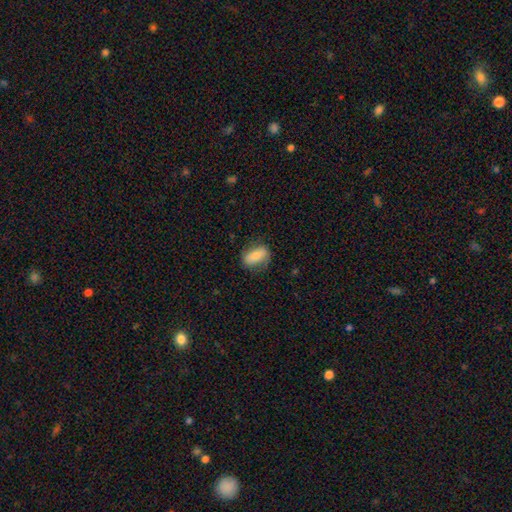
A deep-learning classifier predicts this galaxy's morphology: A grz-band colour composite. It shows a smooth galaxy with no disk features (72%) that is in between round and cigar-shaped (83%). Merging: none (74%).